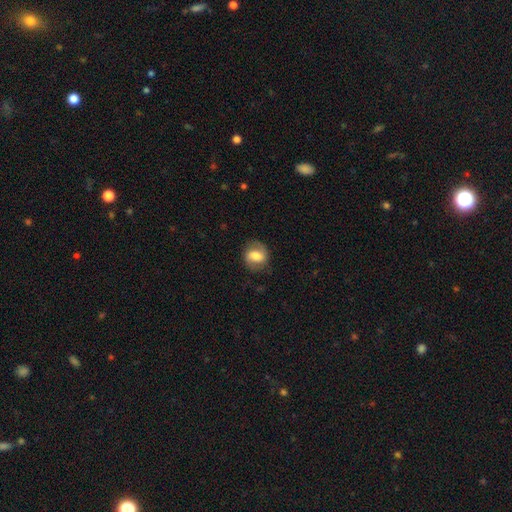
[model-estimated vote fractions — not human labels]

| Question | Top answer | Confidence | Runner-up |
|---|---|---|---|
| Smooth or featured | smooth | 51% | featured or disk (41%) |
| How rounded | round | 56% | in between (42%) |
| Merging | none | 76% | minor disturbance (16%) |